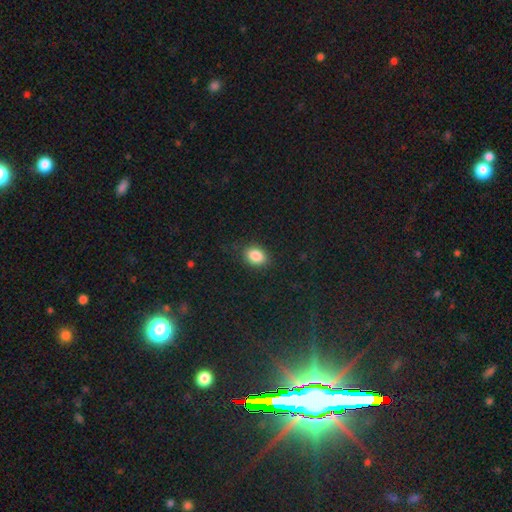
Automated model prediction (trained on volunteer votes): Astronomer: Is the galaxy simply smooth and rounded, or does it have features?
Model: smooth — 86%.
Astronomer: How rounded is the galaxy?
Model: in between — 67%.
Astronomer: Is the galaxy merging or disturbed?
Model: none — 85%.